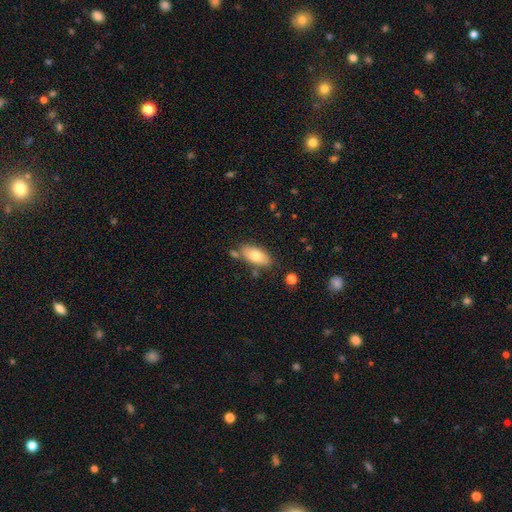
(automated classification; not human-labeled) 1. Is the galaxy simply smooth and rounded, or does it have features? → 73% smooth, 19% featured or disk, 7% star or artifact.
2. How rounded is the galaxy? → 90% in between, 6% cigar-shaped, 4% round.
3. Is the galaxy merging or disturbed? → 75% none, 15% minor disturbance, 7% merger, 3% major disturbance.